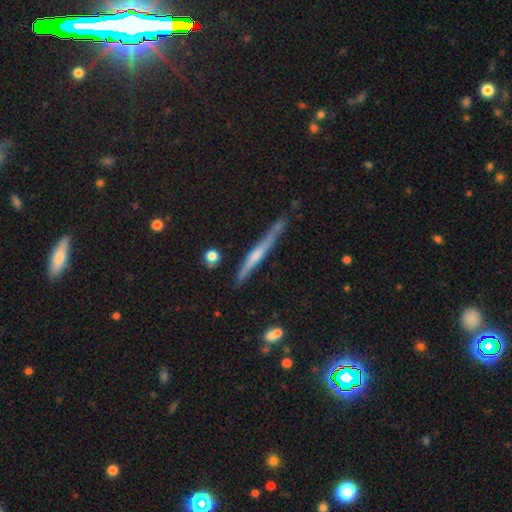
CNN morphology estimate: The model was most divided on "smooth or featured": featured or disk: 67%, smooth: 19%, star or artifact: 14%. More confident: edge-on disk — yes (96%); merging — none (84%); edge-on bulge — rounded (71%).